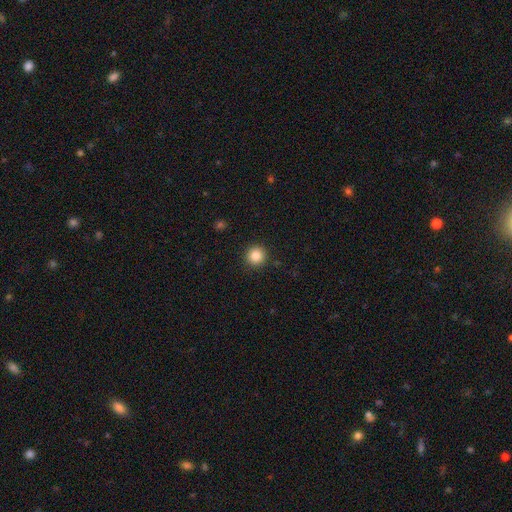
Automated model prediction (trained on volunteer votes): A smooth galaxy with no disk features (84%) that is round (95%). Merging: none (92%).